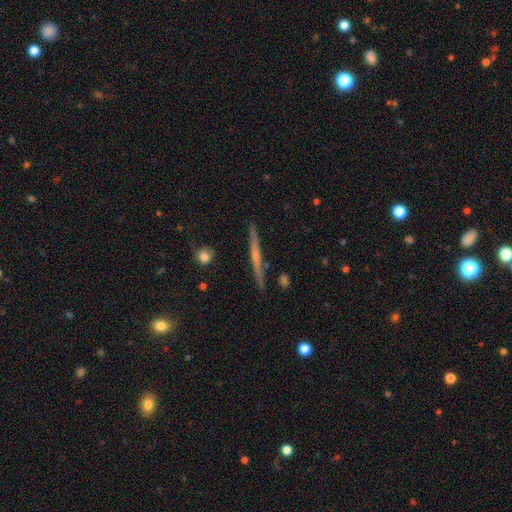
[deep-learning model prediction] Morphology: type=featured or disk (69%); edge-on=yes (96%); edge-on bulge=rounded (66%); merging=none (86%).